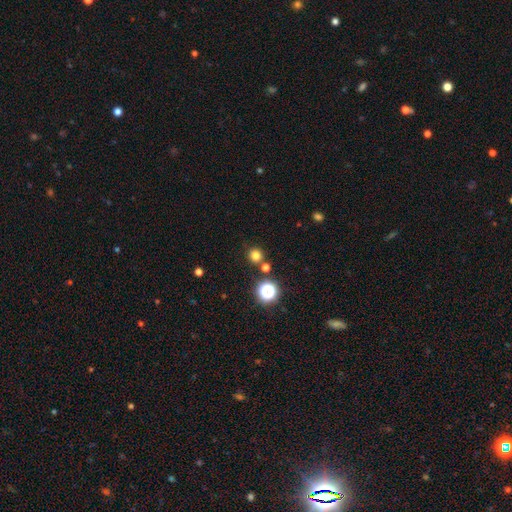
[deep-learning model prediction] Q: Smooth or featured?
A: smooth (75%); runner-up: star or artifact (20%)
Q: How rounded?
A: round (93%); runner-up: in between (6%)
Q: Merging?
A: none (83%); runner-up: merger (8%)